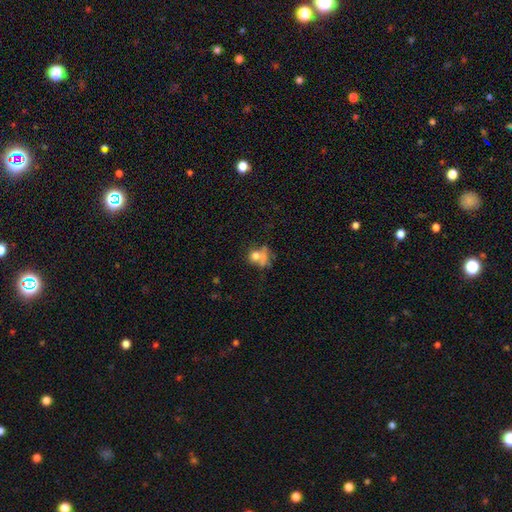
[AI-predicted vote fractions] smooth-or-featured: smooth: 65% | featured or disk: 18% | star or artifact: 17%
  how-rounded: round: 69% | in between: 29% | cigar-shaped: 2%
  merging: none: 40% | merger: 24% | major disturbance: 19% | minor disturbance: 17%